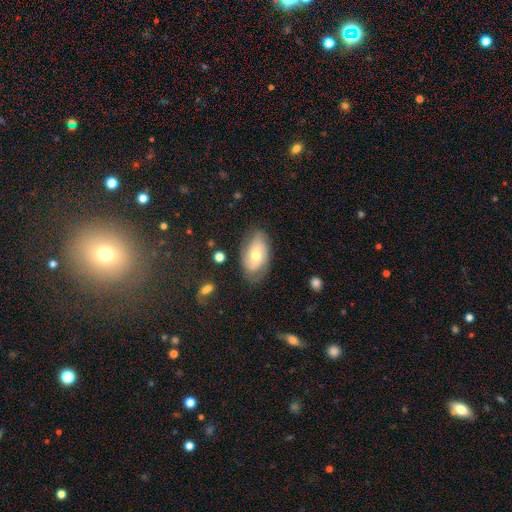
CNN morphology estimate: type=featured or disk (48%); merging=none (70%).